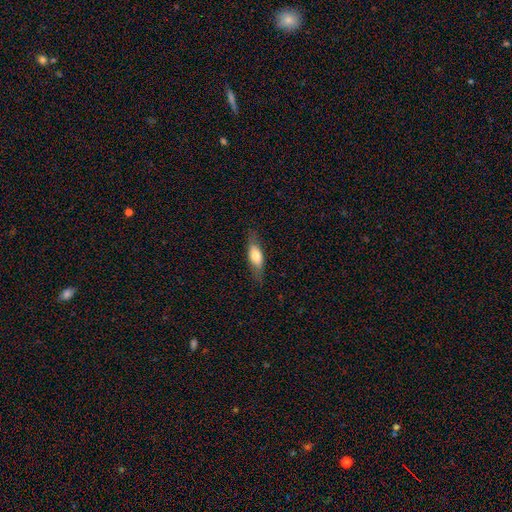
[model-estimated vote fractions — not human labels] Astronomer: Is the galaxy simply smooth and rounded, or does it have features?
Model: smooth — 64%.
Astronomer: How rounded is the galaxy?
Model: in between — 63%.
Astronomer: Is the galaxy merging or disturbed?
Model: none — 78%.